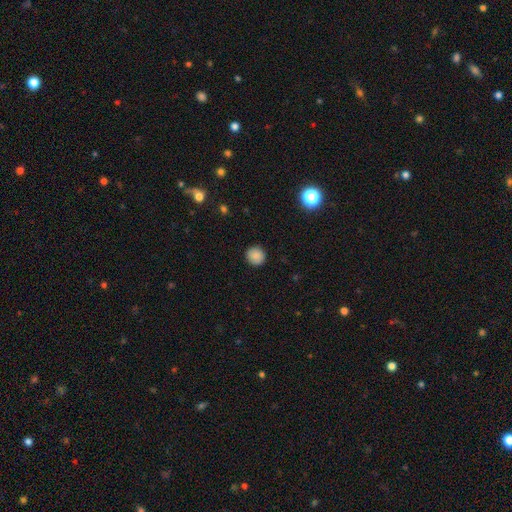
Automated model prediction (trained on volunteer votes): The model was most divided on "smooth or featured": smooth: 86%, star or artifact: 9%, featured or disk: 5%. More confident: how rounded — round (93%); merging — none (91%).